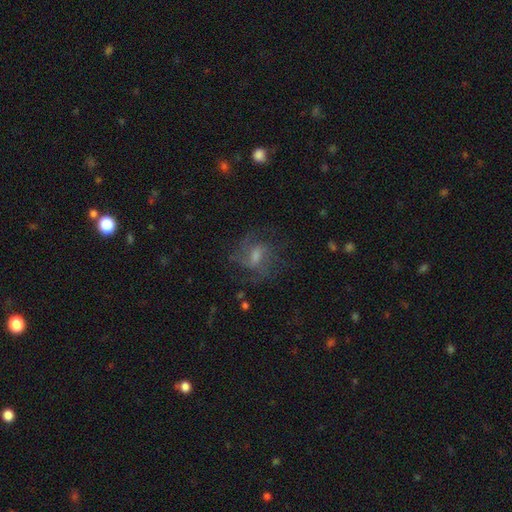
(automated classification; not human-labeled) smooth_or_featured: featured or disk (p=0.61) [alt: smooth p=0.23]
disk_edge_on: no (p=0.95) [alt: yes p=0.05]
bar: weak (p=0.53) [alt: no p=0.31]
has_spiral_arms: yes (p=0.86) [alt: no p=0.14]
spiral_winding: medium (p=0.48) [alt: tight p=0.26]
spiral_arm_count: can't tell (p=0.36) [alt: 2 p=0.26]
bulge_size: moderate (p=0.42) [alt: small p=0.32]
merging: none (p=0.64) [alt: minor disturbance p=0.17]